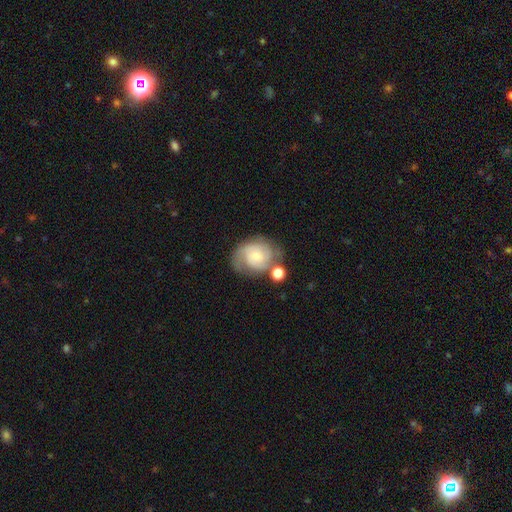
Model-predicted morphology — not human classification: A featured or disk galaxy (72%) with no bar (74%), 2 (53%) tight (50%) spiral arms (92%) and a small central bulge (62%).

Vote fractions:
- Smooth or featured? featured or disk: 72% / smooth: 22% / star or artifact: 7%
- Edge-on disk? no: 98% / yes: 2%
- Bar? no: 74% / weak: 23% / strong: 3%
- Spiral arms? yes: 92% / no: 8%
- Spiral winding? tight: 50% / medium: 38% / loose: 12%
- Spiral arm count? 2: 53% / can't tell: 20% / 3: 16% / 1: 5% / 4: 3% / more than 4: 3%
- Bulge size? small: 62% / moderate: 33% / large: 2% / none: 2% / dominant: 1%
- Merging? none: 54% / minor disturbance: 21% / merger: 14% / major disturbance: 11%